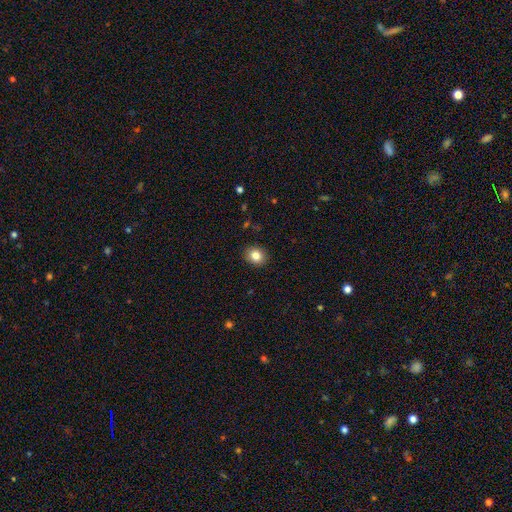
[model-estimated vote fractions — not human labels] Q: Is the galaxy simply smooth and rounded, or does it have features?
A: smooth — 83%.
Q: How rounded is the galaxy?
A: round — 69%.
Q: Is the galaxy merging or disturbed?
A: none — 90%.